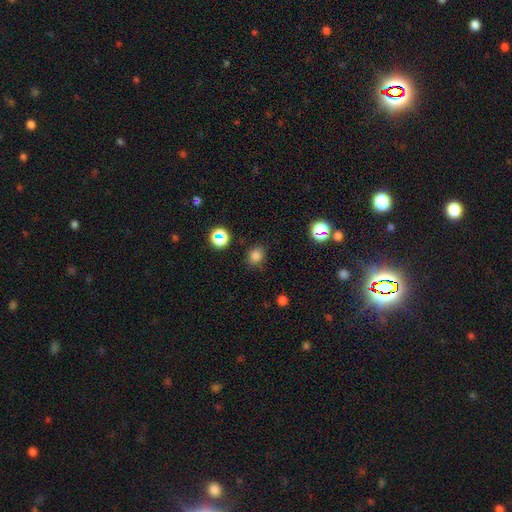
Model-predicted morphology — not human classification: A smooth galaxy with no disk features (79%) that is round (71%).

Vote fractions:
- Smooth or featured? smooth: 79% / star or artifact: 16% / featured or disk: 5%
- How rounded? round: 71% / in between: 28% / cigar-shaped: 1%
- Merging? none: 83% / minor disturbance: 12% / major disturbance: 3% / merger: 2%